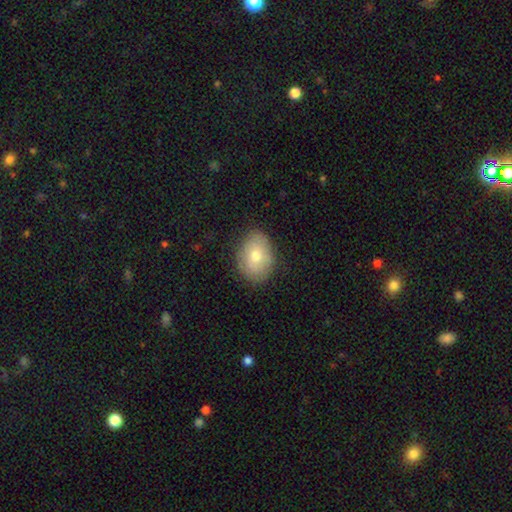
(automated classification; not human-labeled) The model was most divided on "how rounded": in between: 69%, round: 30%, cigar-shaped: 1%. More confident: merging — none (81%); smooth or featured — smooth (71%).